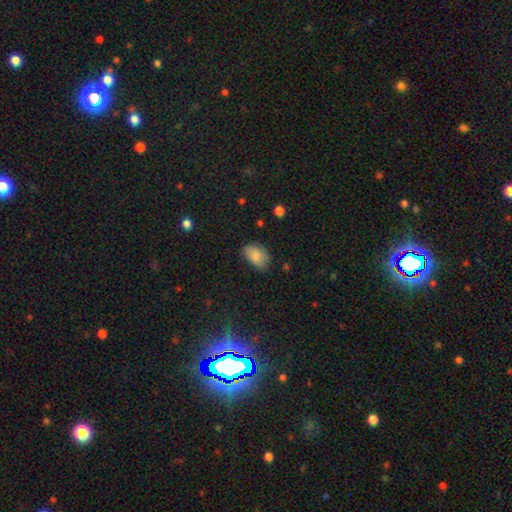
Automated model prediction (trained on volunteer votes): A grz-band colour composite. It shows a smooth galaxy with no disk features (85%) that is in between round and cigar-shaped (88%). Merging: none (70%).